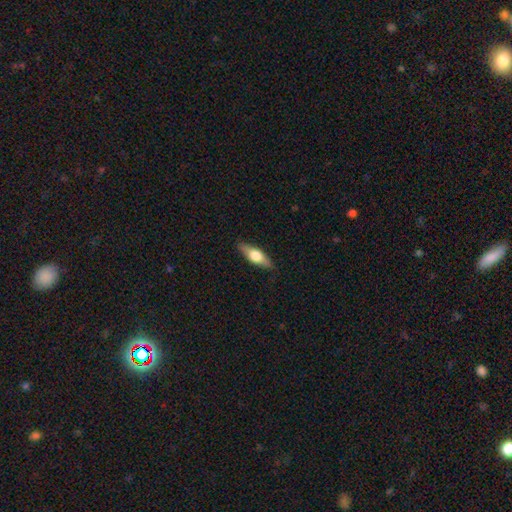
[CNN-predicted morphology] A smooth galaxy with no disk features (51%) that is in between round and cigar-shaped (56%).

Vote fractions:
- Smooth or featured? smooth: 51% / featured or disk: 43% / star or artifact: 6%
- How rounded? in between: 56% / cigar-shaped: 40% / round: 3%
- Merging? none: 87% / minor disturbance: 10% / major disturbance: 2% / merger: 1%